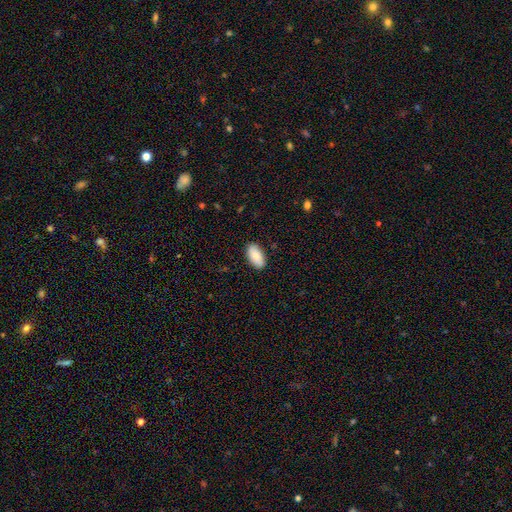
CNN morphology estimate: Smooth or featured?
  - smooth: 86% *
  - featured or disk: 8%
  - star or artifact: 6%
How rounded?
  - in between: 93% *
  - cigar-shaped: 5%
  - round: 2%
Merging?
  - none: 87% *
  - minor disturbance: 9%
  - major disturbance: 2%
  - merger: 1%